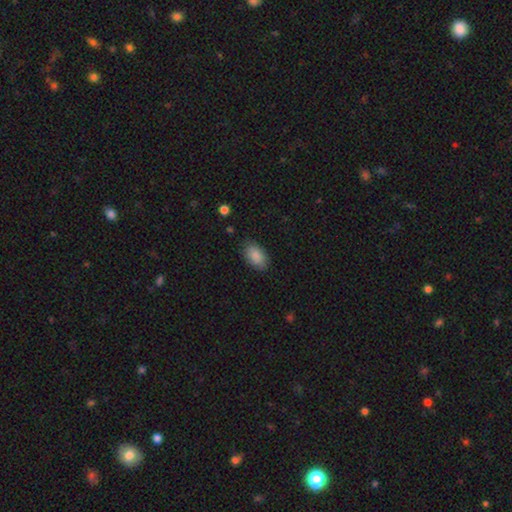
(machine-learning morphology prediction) Smooth or featured?
  - smooth: 89% *
  - star or artifact: 7%
  - featured or disk: 5%
How rounded?
  - in between: 93% *
  - round: 6%
  - cigar-shaped: 2%
Merging?
  - none: 83% *
  - minor disturbance: 13%
  - major disturbance: 3%
  - merger: 1%